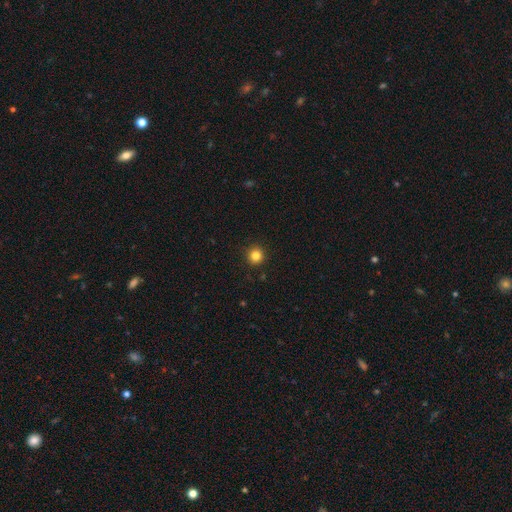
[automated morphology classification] Q: Smooth or featured?
A: smooth (83%); runner-up: star or artifact (12%)
Q: How rounded?
A: round (95%); runner-up: in between (4%)
Q: Merging?
A: none (93%); runner-up: minor disturbance (5%)